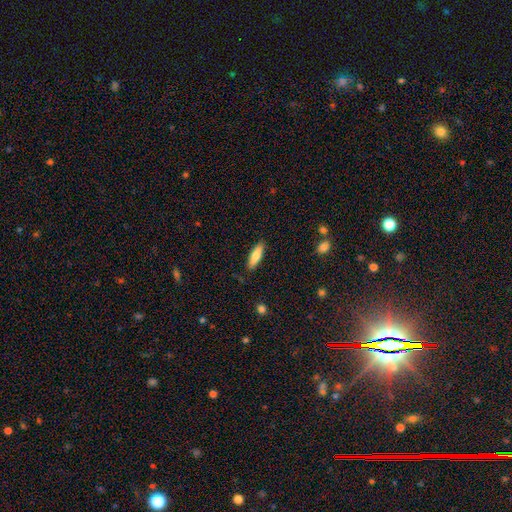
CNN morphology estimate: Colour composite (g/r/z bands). It shows a smooth galaxy with no disk features (78%) that is cigar-shaped (56%). Merging: none (87%).